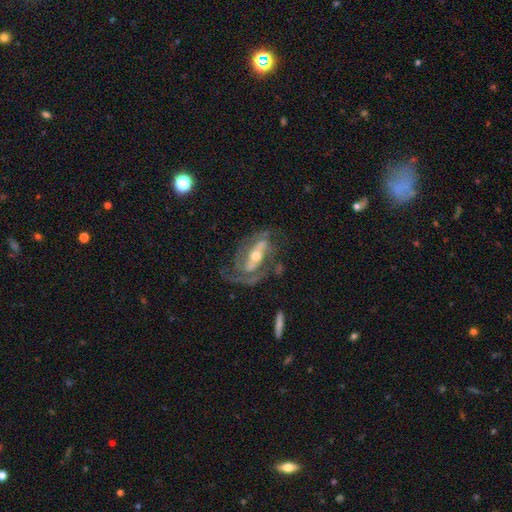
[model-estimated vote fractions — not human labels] A featured or disk galaxy (86%) with a strong bar (44%), 2 (65%) medium (48%) spiral arms (93%) and a moderate central bulge (64%).

Vote fractions:
- Smooth or featured? featured or disk: 86% / smooth: 8% / star or artifact: 6%
- Edge-on disk? no: 92% / yes: 8%
- Bar? strong: 44% / weak: 32% / no: 24%
- Spiral arms? yes: 93% / no: 7%
- Spiral winding? medium: 48% / tight: 31% / loose: 21%
- Spiral arm count? 2: 65% / can't tell: 11% / 3: 10% / 1: 9% / 4: 2% / more than 4: 2%
- Bulge size? moderate: 64% / small: 27% / large: 6% / none: 2% / dominant: 1%
- Merging? none: 55% / major disturbance: 23% / minor disturbance: 18% / merger: 4%